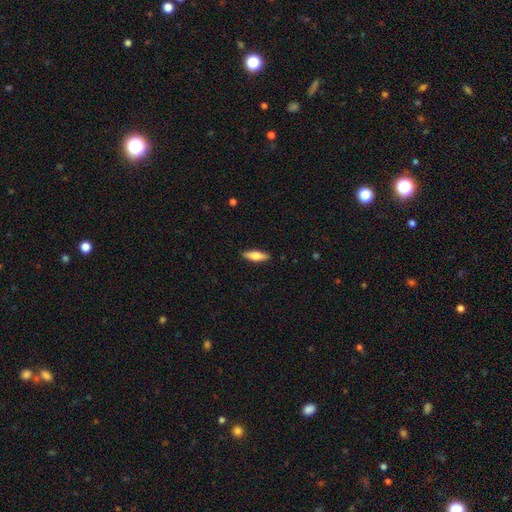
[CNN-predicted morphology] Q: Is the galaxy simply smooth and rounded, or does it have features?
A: smooth — 67%.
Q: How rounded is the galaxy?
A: cigar-shaped — 54%.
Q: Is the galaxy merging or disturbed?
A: none — 89%.